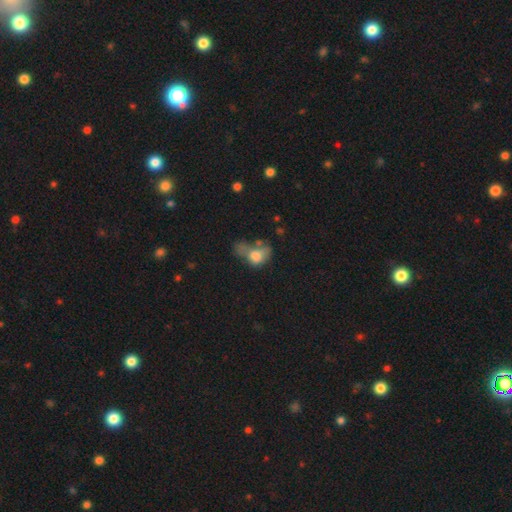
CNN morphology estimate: Smooth or featured? Predicted: smooth (p=0.64). How rounded? Predicted: in between (p=0.72). Merging? Predicted: major disturbance (p=0.40).